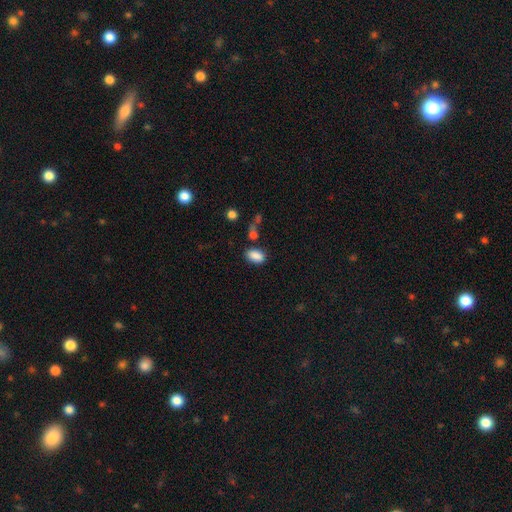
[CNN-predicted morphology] Smooth or featured: smooth — 87% (star or artifact — 9%)
How rounded: in between — 90% (round — 8%)
Merging: none — 76% (minor disturbance — 14%)